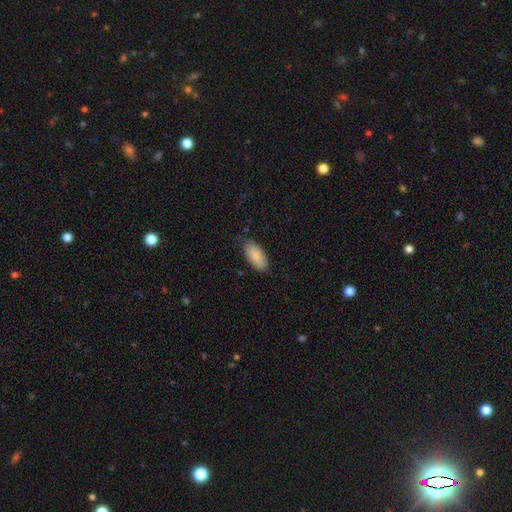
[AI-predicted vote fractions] smooth-or-featured: smooth: 88% | featured or disk: 6% | star or artifact: 6%
  how-rounded: in between: 91% | cigar-shaped: 7% | round: 2%
  merging: none: 75% | minor disturbance: 20% | major disturbance: 3% | merger: 1%